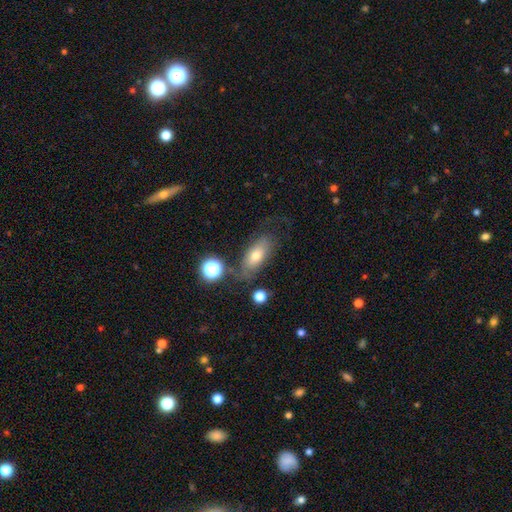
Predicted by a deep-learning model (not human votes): smooth_or_featured: smooth (p=0.62) [alt: featured or disk p=0.27]
how_rounded: in between (p=0.80) [alt: cigar-shaped p=0.14]
merging: none (p=0.63) [alt: minor disturbance p=0.21]